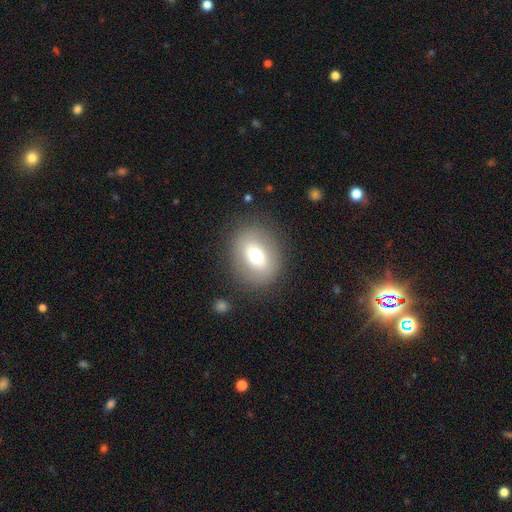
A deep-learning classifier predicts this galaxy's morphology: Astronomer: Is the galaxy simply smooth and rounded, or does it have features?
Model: smooth — 65%.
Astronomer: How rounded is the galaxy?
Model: round — 57% (runner-up: in between, 42%).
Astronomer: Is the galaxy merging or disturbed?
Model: none — 83%.